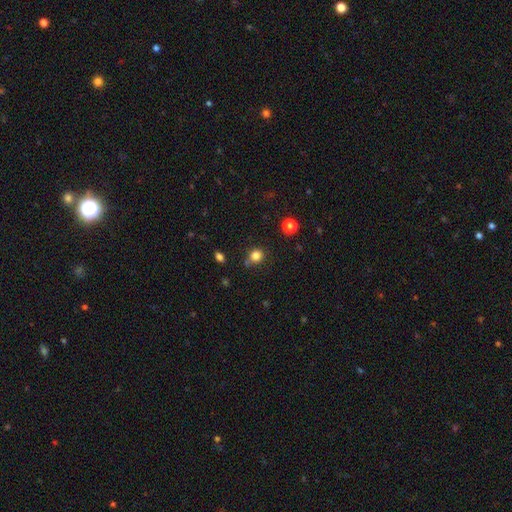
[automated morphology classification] smooth-or-featured: smooth: 82% | star or artifact: 13% | featured or disk: 5%
  how-rounded: round: 81% | in between: 18% | cigar-shaped: 1%
  merging: none: 70% | minor disturbance: 17% | merger: 8% | major disturbance: 5%